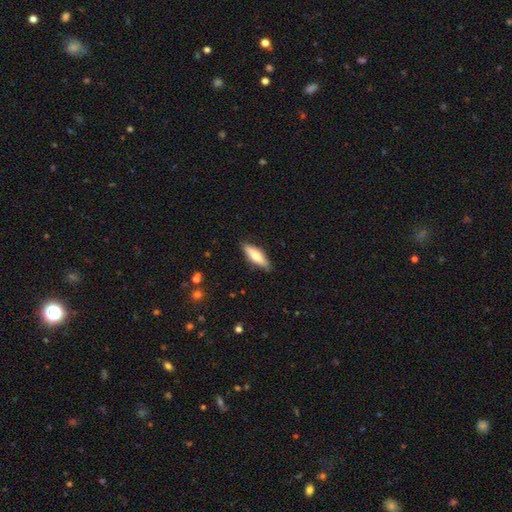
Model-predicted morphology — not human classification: A smooth galaxy with no disk features (65%) that is cigar-shaped (53%). Merging: none (87%).